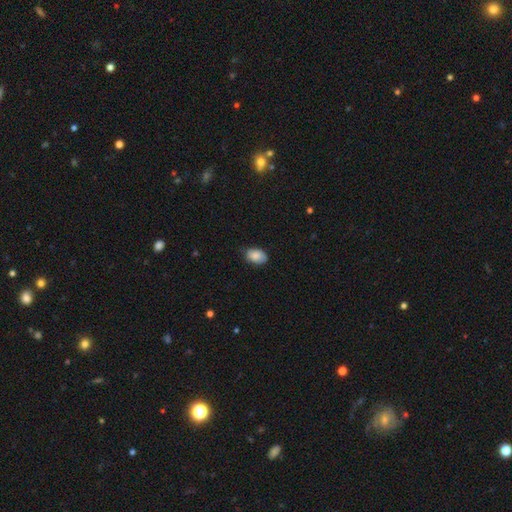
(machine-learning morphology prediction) Smooth or featured: smooth — 86% (star or artifact — 7%)
How rounded: in between — 86% (round — 13%)
Merging: none — 72% (minor disturbance — 23%)